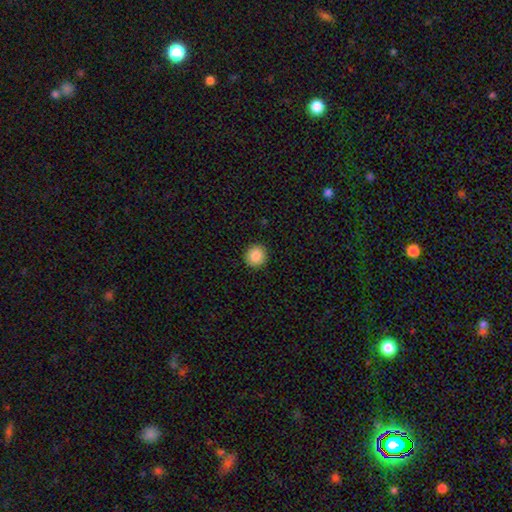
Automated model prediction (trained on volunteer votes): Overall: smooth (88%). How rounded: round (93%). Merging: none (92%).